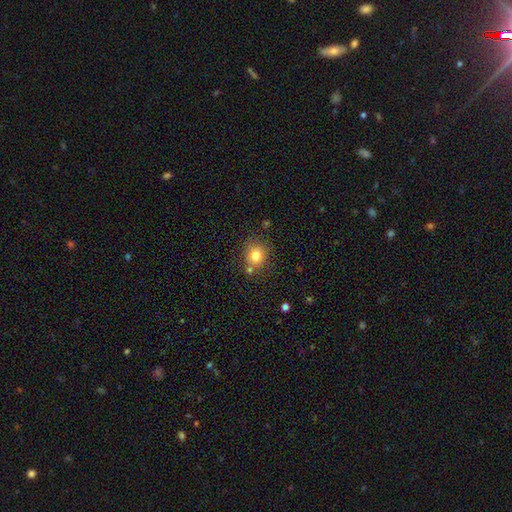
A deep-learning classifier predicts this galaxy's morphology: Smooth or featured?
  - smooth: 80% *
  - star or artifact: 11%
  - featured or disk: 8%
How rounded?
  - round: 74% *
  - in between: 26%
  - cigar-shaped: 1%
Merging?
  - none: 69% *
  - minor disturbance: 14%
  - merger: 13%
  - major disturbance: 4%